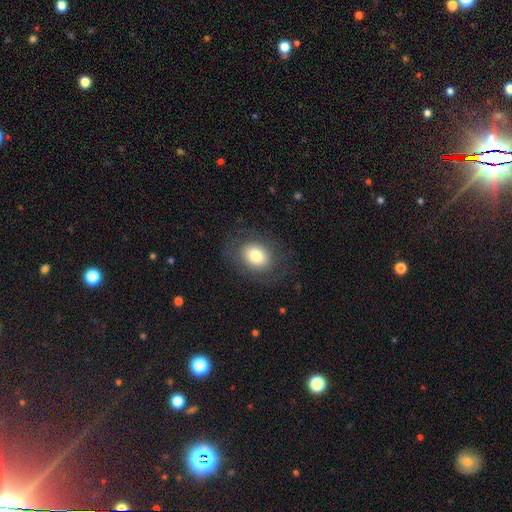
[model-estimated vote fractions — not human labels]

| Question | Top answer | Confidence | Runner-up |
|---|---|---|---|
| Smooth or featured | smooth | 72% | featured or disk (20%) |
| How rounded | in between | 64% | round (35%) |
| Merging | none | 79% | minor disturbance (12%) |